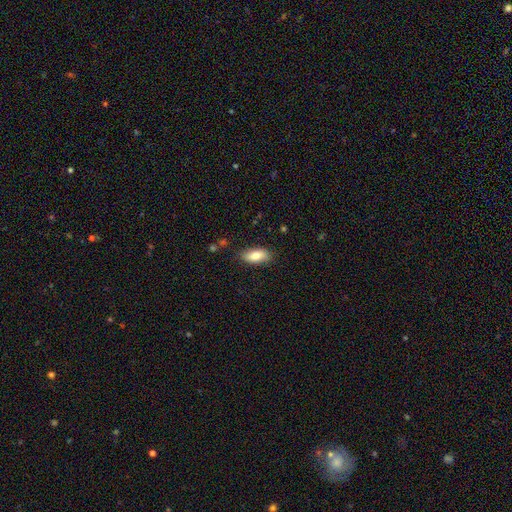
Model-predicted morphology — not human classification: Smooth or featured? Predicted: smooth (p=0.79). How rounded? Predicted: in between (p=0.86). Merging? Predicted: none (p=0.83).